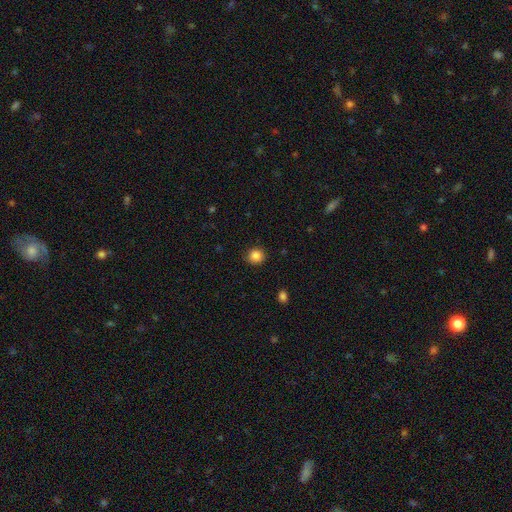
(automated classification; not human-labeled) Morphology: type=smooth (85%); roundness=round (89%); merging=none (89%).